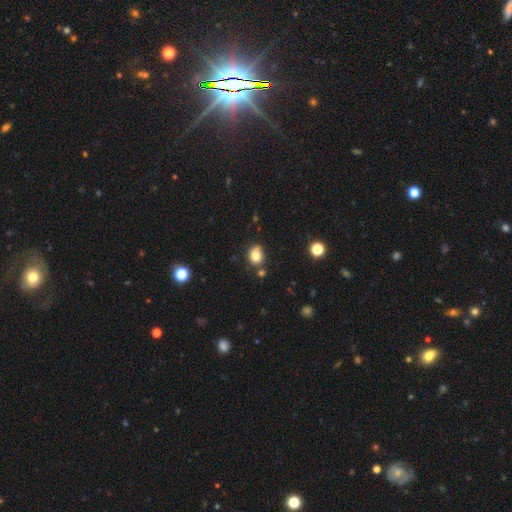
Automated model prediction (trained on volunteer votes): smooth 80%, star or artifact 12%, featured or disk 9%. Down the decision tree: how rounded — round (60%); merging — none (72%).